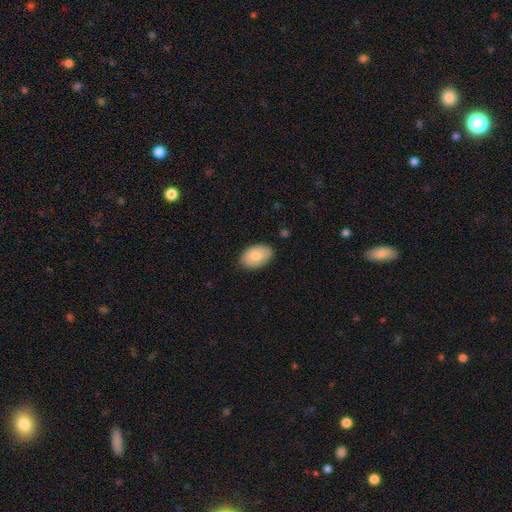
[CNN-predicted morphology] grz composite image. It shows a smooth galaxy with no disk features (80%) that is in between round and cigar-shaped (90%). Merging: none (81%).